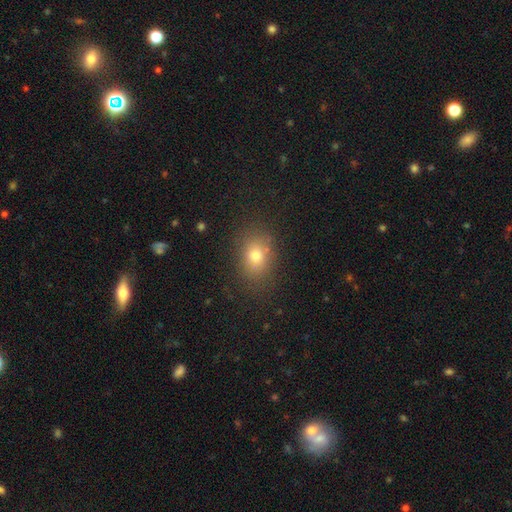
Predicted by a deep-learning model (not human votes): Q: Smooth or featured?
A: smooth (76%); runner-up: star or artifact (14%)
Q: How rounded?
A: in between (65%); runner-up: round (34%)
Q: Merging?
A: none (79%); runner-up: minor disturbance (14%)